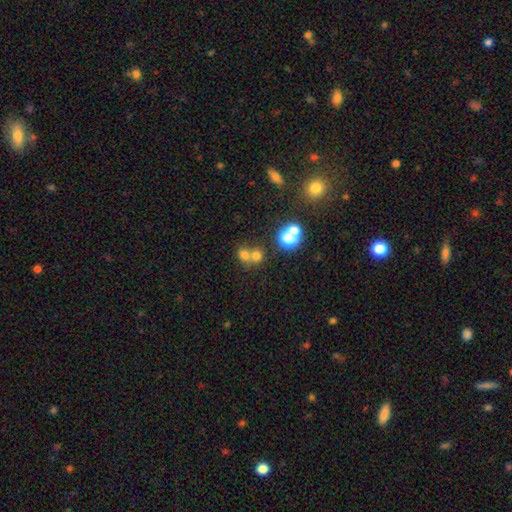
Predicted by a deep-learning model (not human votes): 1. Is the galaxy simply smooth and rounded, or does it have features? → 67% smooth, 20% star or artifact, 12% featured or disk.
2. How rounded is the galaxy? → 79% round, 20% in between, 1% cigar-shaped.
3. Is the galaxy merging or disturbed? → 48% merger, 43% none, 6% minor disturbance, 4% major disturbance.